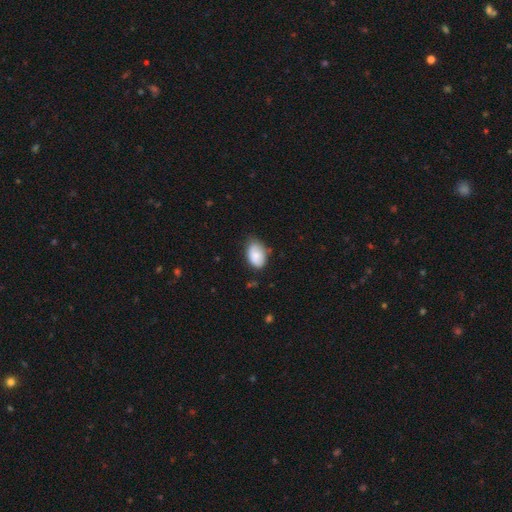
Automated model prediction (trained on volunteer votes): Q: Smooth or featured?
A: smooth (83%); runner-up: featured or disk (10%)
Q: How rounded?
A: in between (88%); runner-up: round (10%)
Q: Merging?
A: none (62%); runner-up: minor disturbance (31%)